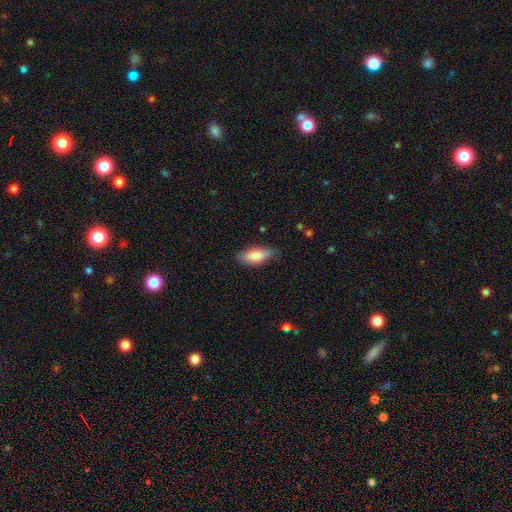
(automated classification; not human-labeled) Smooth or featured: smooth — 84% (featured or disk — 10%)
How rounded: in between — 81% (cigar-shaped — 17%)
Merging: none — 73% (minor disturbance — 22%)